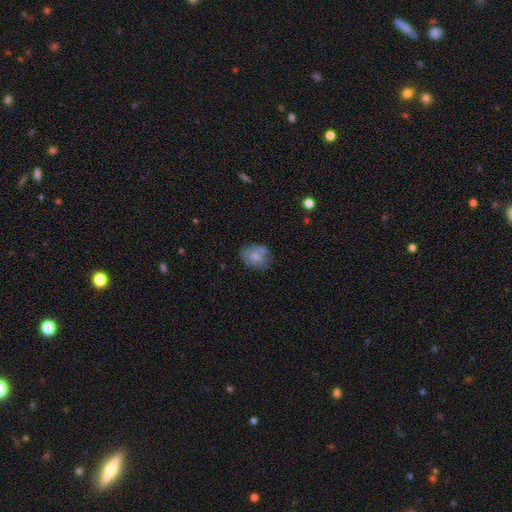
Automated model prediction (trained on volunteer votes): A smooth galaxy with no disk features (69%) that is in between round and cigar-shaped (63%). Merging: none (55%).